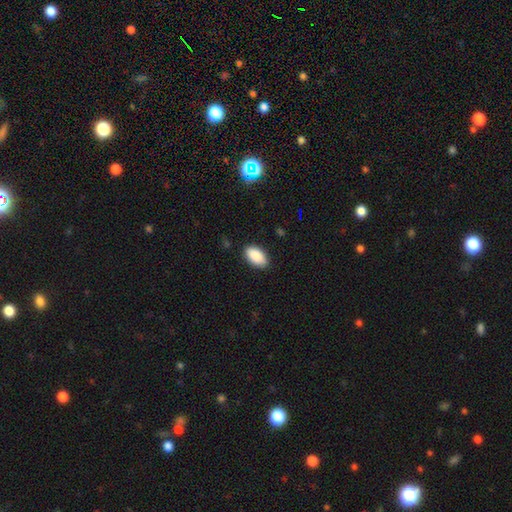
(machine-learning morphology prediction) Overall: smooth (90%). How rounded: in between (95%). Merging: none (87%).